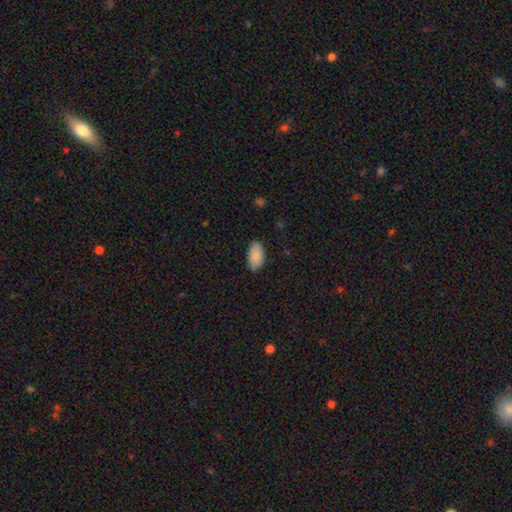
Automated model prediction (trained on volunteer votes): This appears to be a smooth galaxy with no disk features (90%) that is in between round and cigar-shaped (95%). Merging: none (84%).